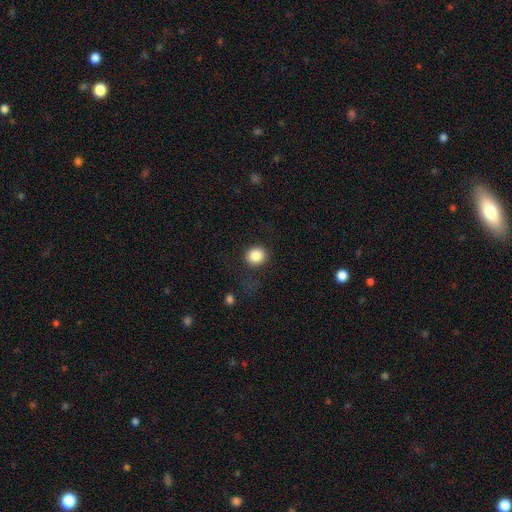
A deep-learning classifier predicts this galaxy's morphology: smooth 86%, star or artifact 9%, featured or disk 5%. Down the decision tree: how rounded — round (86%); merging — none (81%).